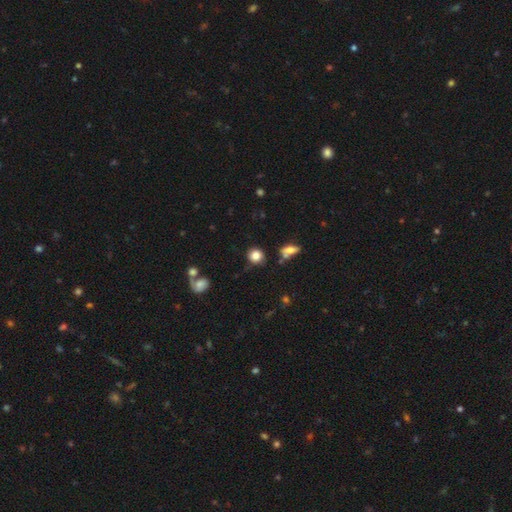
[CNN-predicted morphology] Smooth or featured: smooth — 83% (star or artifact — 11%)
How rounded: round — 86% (in between — 13%)
Merging: none — 79% (minor disturbance — 12%)